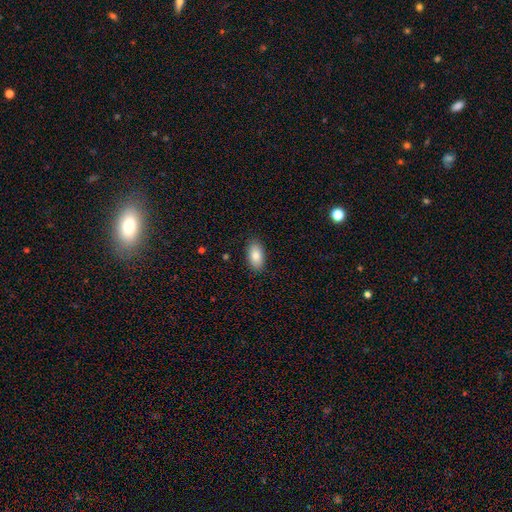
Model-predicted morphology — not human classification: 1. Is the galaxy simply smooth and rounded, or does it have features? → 86% smooth, 7% featured or disk, 7% star or artifact.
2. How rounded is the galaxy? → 93% in between, 4% cigar-shaped, 3% round.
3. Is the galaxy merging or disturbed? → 88% none, 9% minor disturbance, 2% major disturbance, 1% merger.